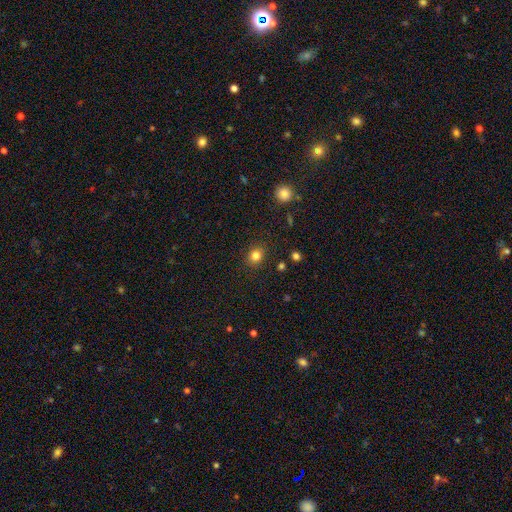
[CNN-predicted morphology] This appears to be a smooth galaxy with no disk features (82%) that is round (62%). Merging: none (87%).